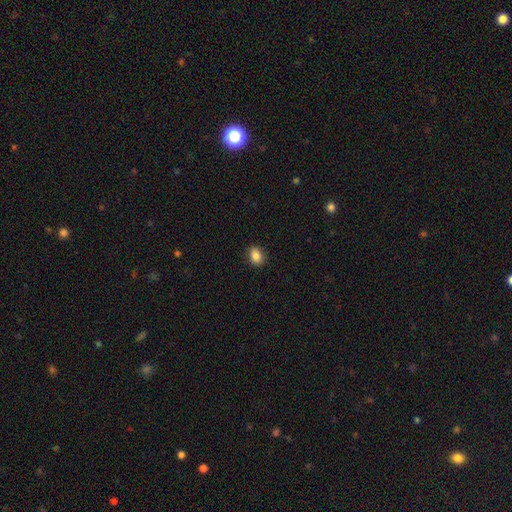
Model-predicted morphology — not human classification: smooth_or_featured: smooth (p=0.87) [alt: star or artifact p=0.09]
how_rounded: in between (p=0.63) [alt: round p=0.36]
merging: none (p=0.90) [alt: minor disturbance p=0.08]